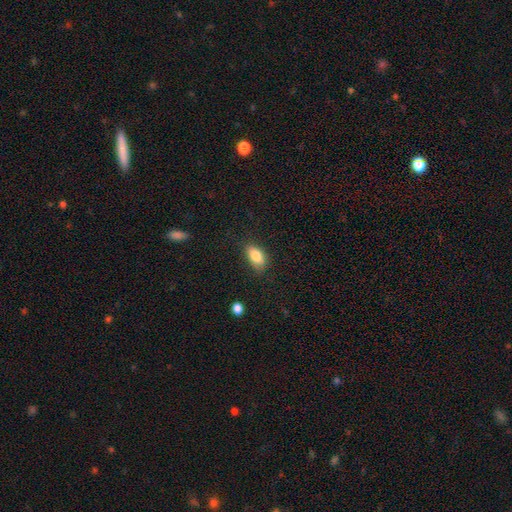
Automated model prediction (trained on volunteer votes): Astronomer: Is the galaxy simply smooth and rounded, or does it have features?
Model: smooth — 83%.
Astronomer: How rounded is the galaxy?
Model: in between — 89%.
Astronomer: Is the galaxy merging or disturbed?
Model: none — 81%.